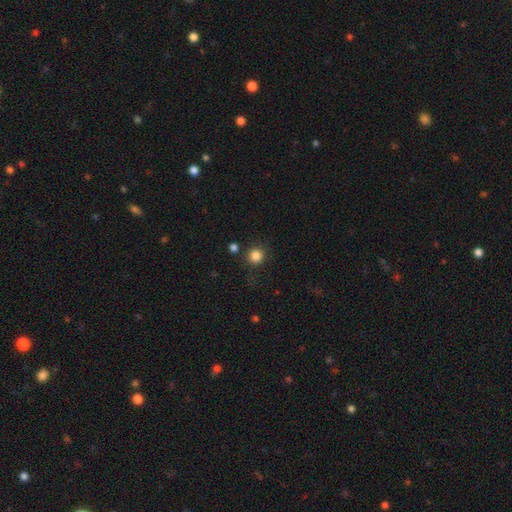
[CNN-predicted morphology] smooth_or_featured: smooth (p=0.84) [alt: star or artifact p=0.12]
how_rounded: round (p=0.93) [alt: in between p=0.06]
merging: none (p=0.85) [alt: minor disturbance p=0.08]